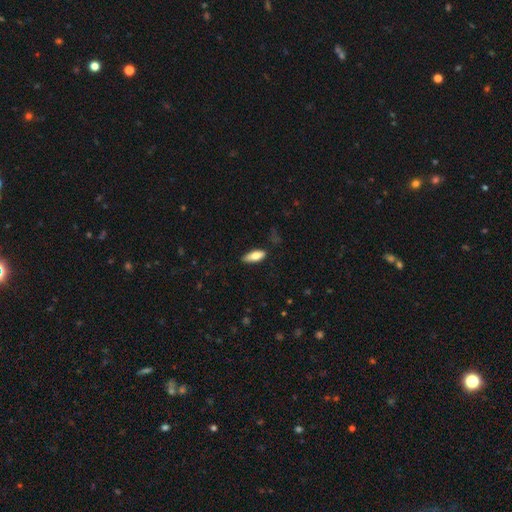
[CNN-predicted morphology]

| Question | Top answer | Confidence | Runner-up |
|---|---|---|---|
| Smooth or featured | smooth | 76% | featured or disk (18%) |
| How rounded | in between | 71% | cigar-shaped (27%) |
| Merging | none | 81% | minor disturbance (15%) |